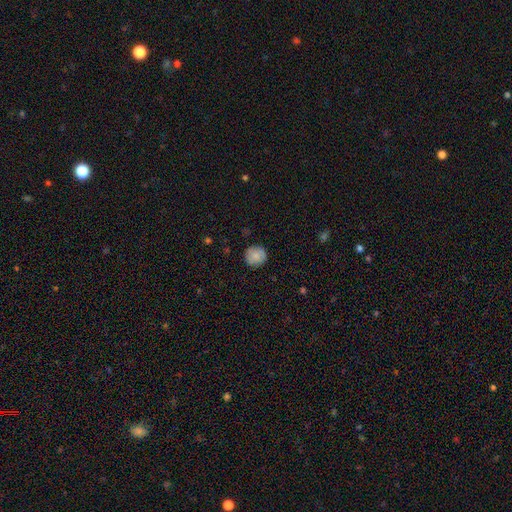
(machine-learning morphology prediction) Q: Smooth or featured?
A: smooth (83%); runner-up: featured or disk (10%)
Q: How rounded?
A: round (91%); runner-up: in between (8%)
Q: Merging?
A: none (86%); runner-up: minor disturbance (10%)